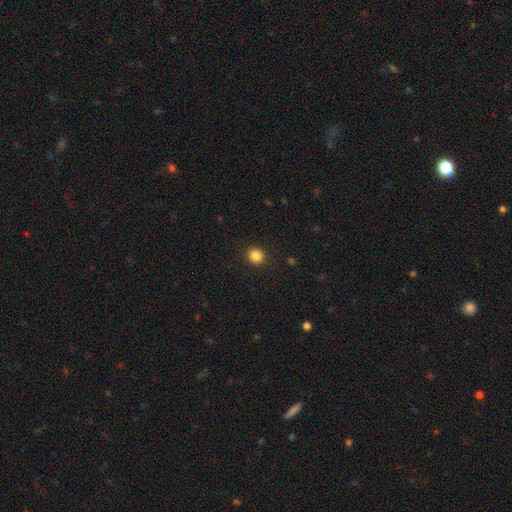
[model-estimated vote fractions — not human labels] This appears to be a smooth galaxy with no disk features (85%) that is round (86%). Merging: none (92%).